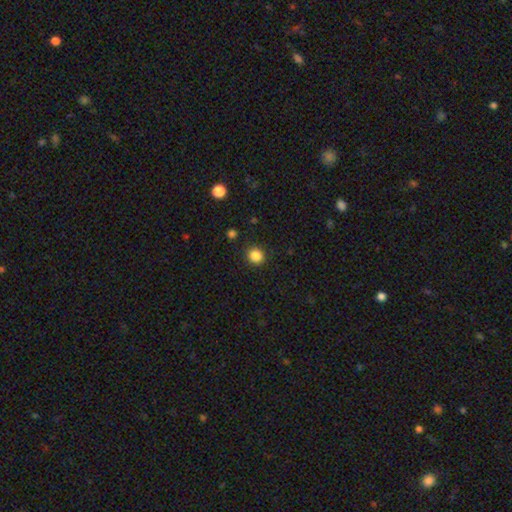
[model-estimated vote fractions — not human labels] A smooth galaxy with no disk features (86%) that is round (86%). Merging: none (89%).